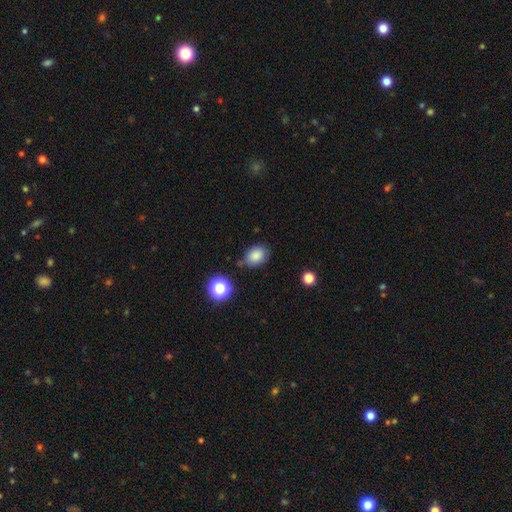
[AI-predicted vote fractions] Smooth or featured? smooth (83%)
How rounded? in between (67%)
Merging? none (74%)